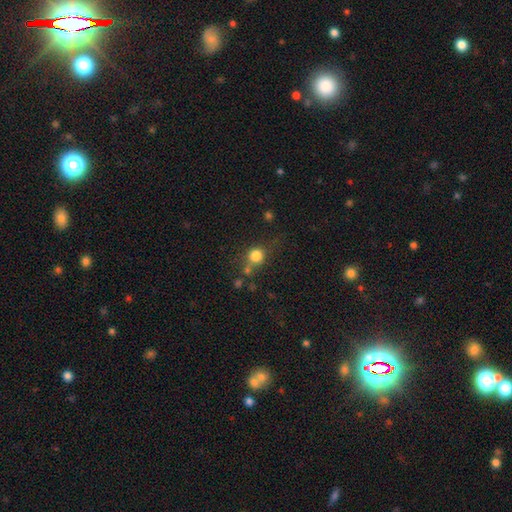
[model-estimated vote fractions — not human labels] smooth_or_featured: smooth (p=0.80) [alt: star or artifact p=0.13]
how_rounded: round (p=0.88) [alt: in between p=0.11]
merging: none (p=0.59) [alt: merger p=0.17]